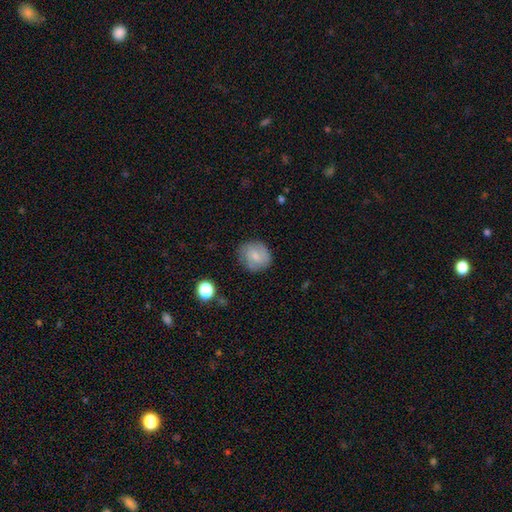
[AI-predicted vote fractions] Q: Smooth or featured?
A: smooth (54%); runner-up: featured or disk (38%)
Q: How rounded?
A: round (78%); runner-up: in between (21%)
Q: Merging?
A: none (74%); runner-up: minor disturbance (19%)